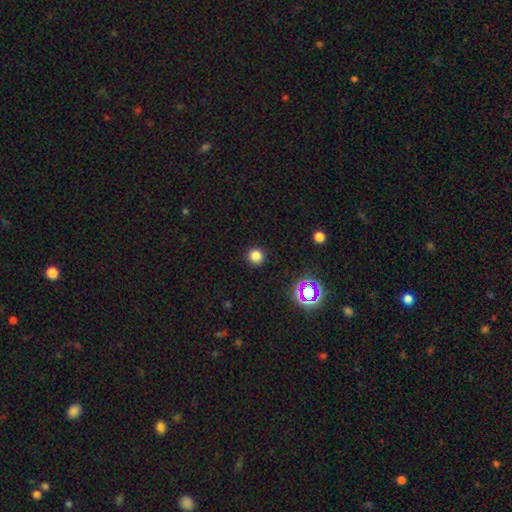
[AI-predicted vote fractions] Smooth or featured? Predicted: smooth (p=0.80). How rounded? Predicted: round (p=0.95). Merging? Predicted: none (p=0.92).